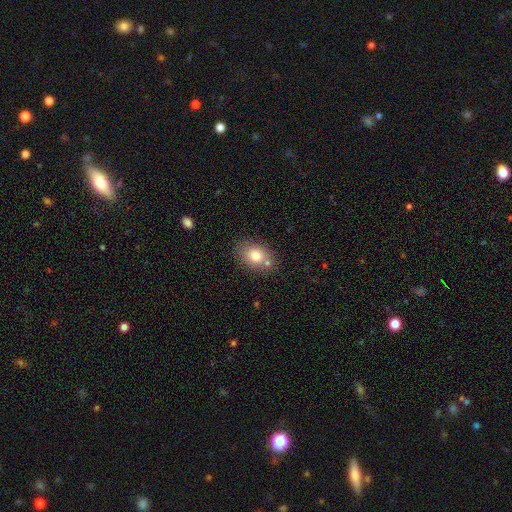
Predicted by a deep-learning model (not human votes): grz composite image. It shows a smooth galaxy with no disk features (78%) that is in between round and cigar-shaped (66%). Merging: none (70%).